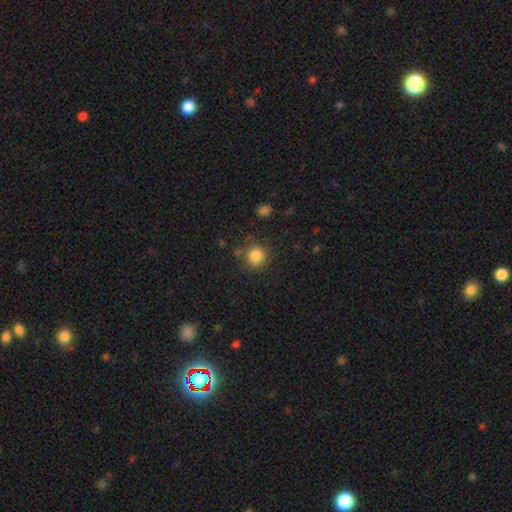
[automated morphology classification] Smooth or featured? Predicted: smooth (p=0.84). How rounded? Predicted: round (p=0.89). Merging? Predicted: none (p=0.80).